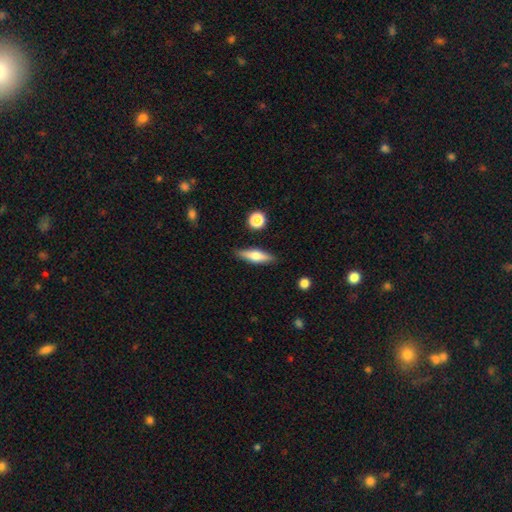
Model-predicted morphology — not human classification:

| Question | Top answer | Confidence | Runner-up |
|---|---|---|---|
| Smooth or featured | smooth | 56% | featured or disk (37%) |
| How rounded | cigar-shaped | 64% | in between (34%) |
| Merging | none | 86% | minor disturbance (10%) |